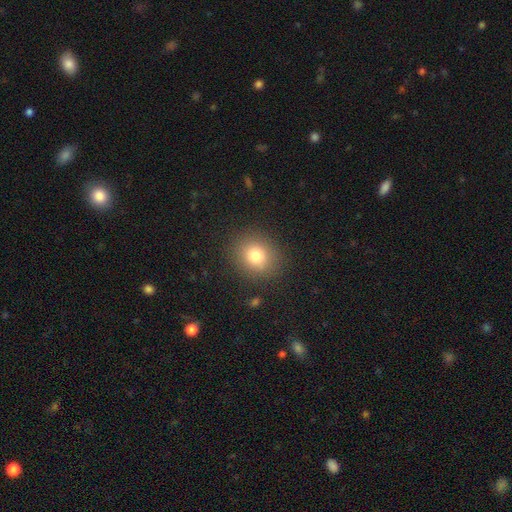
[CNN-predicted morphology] Smooth or featured? Predicted: smooth (p=0.79). How rounded? Predicted: round (p=0.74). Merging? Predicted: none (p=0.86).